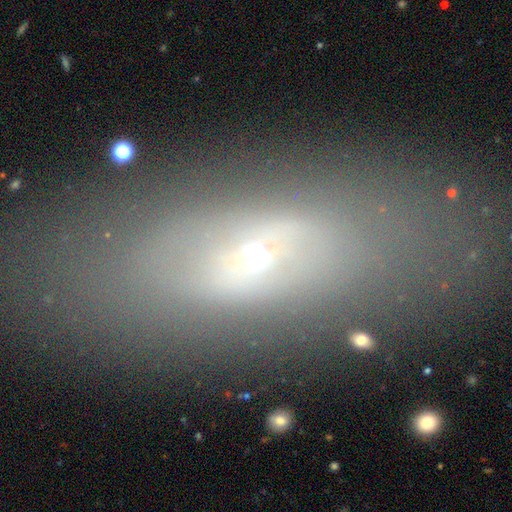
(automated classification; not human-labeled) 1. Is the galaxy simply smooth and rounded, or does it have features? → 46% smooth, 39% featured or disk, 15% star or artifact.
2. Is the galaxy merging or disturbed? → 83% none, 10% minor disturbance, 5% major disturbance, 2% merger.